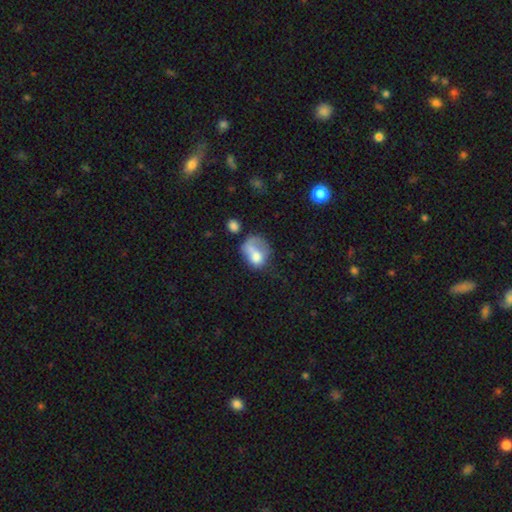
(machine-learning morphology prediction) Smooth or featured: smooth — 63% (featured or disk — 26%)
How rounded: in between — 62% (round — 37%)
Merging: major disturbance — 37% (minor disturbance — 22%)